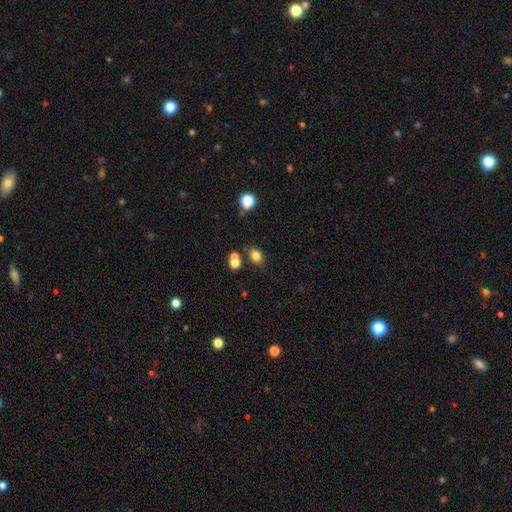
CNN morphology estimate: Smooth or featured? Predicted: smooth (p=0.80). How rounded? Predicted: in between (p=0.64). Merging? Predicted: none (p=0.71).